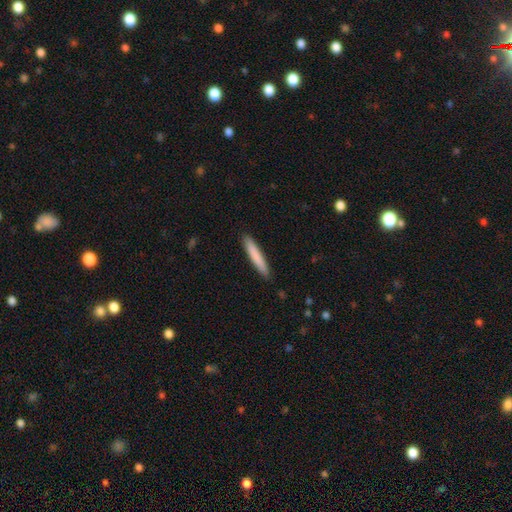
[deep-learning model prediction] Smooth or featured? Predicted: smooth (p=0.80). How rounded? Predicted: cigar-shaped (p=0.94). Merging? Predicted: none (p=0.90).